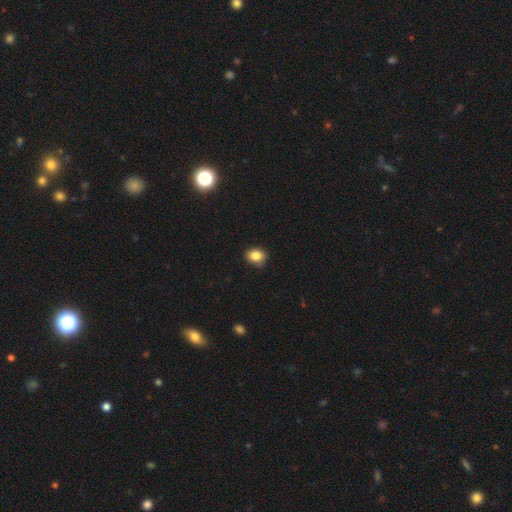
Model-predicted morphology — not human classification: Q: Smooth or featured?
A: smooth (85%); runner-up: star or artifact (10%)
Q: How rounded?
A: in between (51%); runner-up: round (48%)
Q: Merging?
A: none (80%); runner-up: minor disturbance (16%)